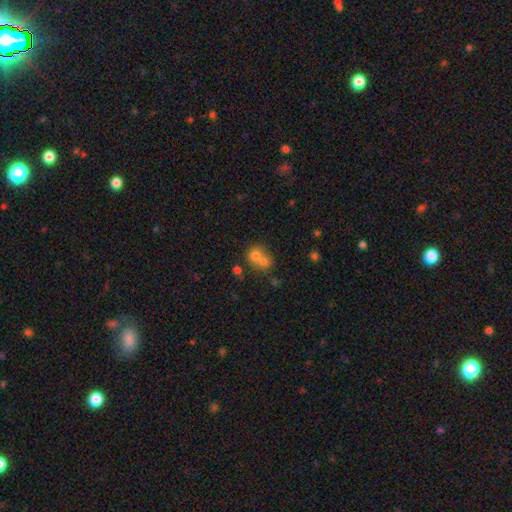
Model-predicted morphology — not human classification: type=smooth (70%); roundness=round (74%); merging=merger (63%).